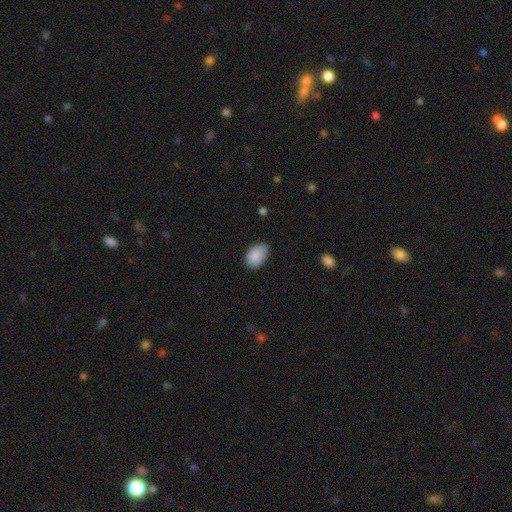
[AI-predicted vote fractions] smooth-or-featured: smooth: 89% | star or artifact: 7% | featured or disk: 4%
  how-rounded: in between: 87% | round: 12% | cigar-shaped: 1%
  merging: none: 76% | minor disturbance: 20% | major disturbance: 3% | merger: 1%